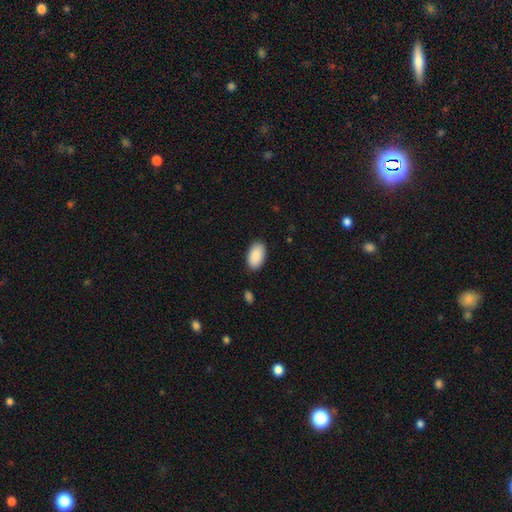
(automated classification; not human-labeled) smooth_or_featured: smooth (p=0.90) [alt: star or artifact p=0.06]
how_rounded: in between (p=0.95) [alt: round p=0.03]
merging: none (p=0.88) [alt: minor disturbance p=0.09]